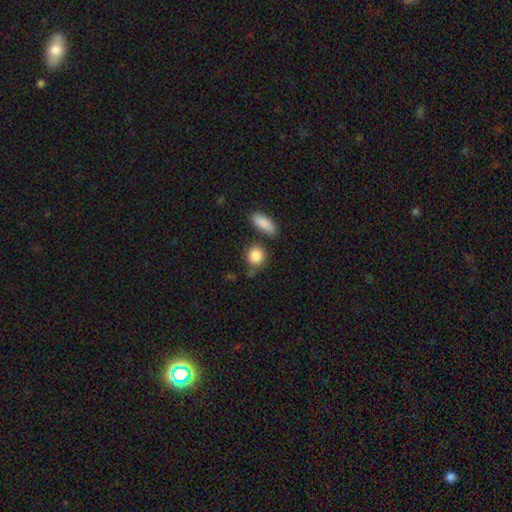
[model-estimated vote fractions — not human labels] This appears to be a smooth galaxy with no disk features (87%) that is round (78%). Merging: none (68%).